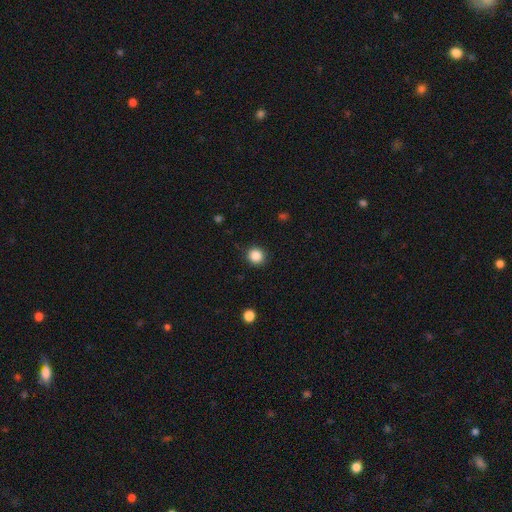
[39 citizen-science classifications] smooth 90%, star or artifact 10%, featured or disk 0%. Down the decision tree: how rounded — round (94%); merging — none (89%).